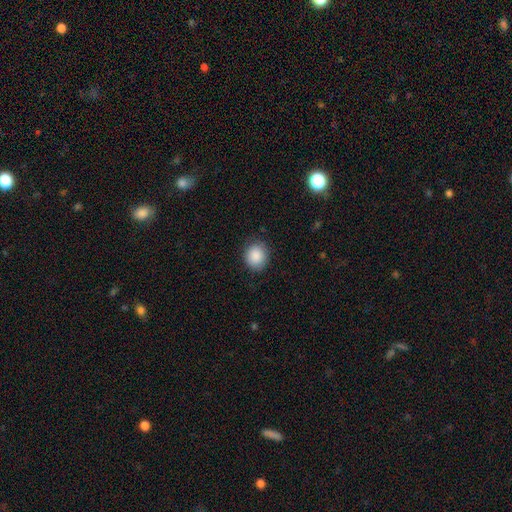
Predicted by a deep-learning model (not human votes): smooth_or_featured: smooth (p=0.89) [alt: star or artifact p=0.08]
how_rounded: round (p=0.80) [alt: in between p=0.19]
merging: none (p=0.86) [alt: minor disturbance p=0.10]